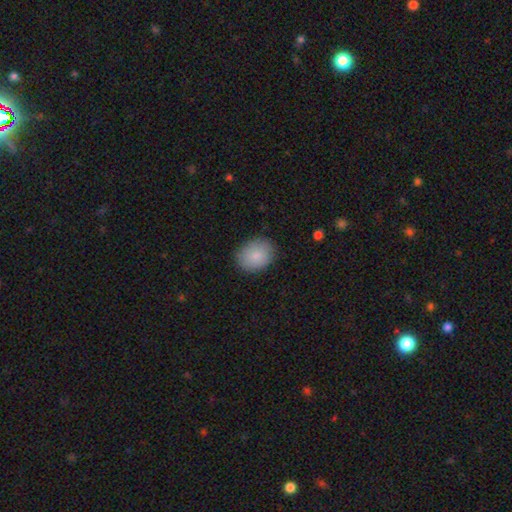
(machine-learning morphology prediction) smooth 83%, featured or disk 9%, star or artifact 8%. Down the decision tree: how rounded — in between (54%); merging — none (84%).